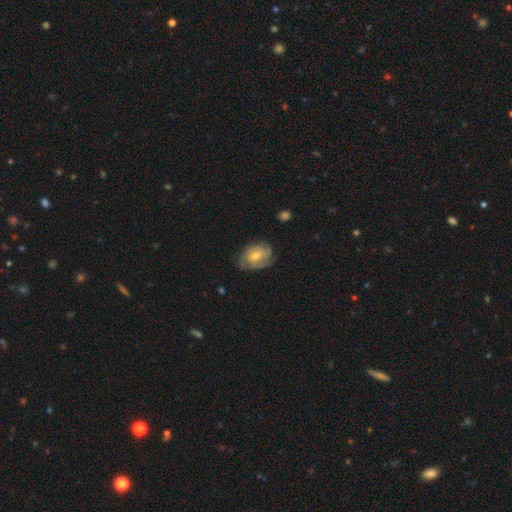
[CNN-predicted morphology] Q: Smooth or featured?
A: featured or disk (68%); runner-up: smooth (24%)
Q: Edge-on disk?
A: no (96%); runner-up: yes (4%)
Q: Bar?
A: no (71%); runner-up: weak (25%)
Q: Spiral arms?
A: yes (89%); runner-up: no (11%)
Q: Spiral winding?
A: tight (56%); runner-up: medium (33%)
Q: Spiral arm count?
A: can't tell (31%); runner-up: 3 (29%)
Q: Bulge size?
A: moderate (65%); runner-up: small (30%)
Q: Merging?
A: none (71%); runner-up: minor disturbance (21%)